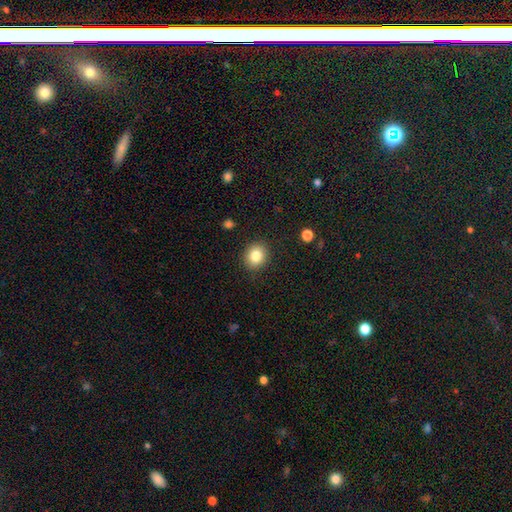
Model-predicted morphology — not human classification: smooth 83%, star or artifact 10%, featured or disk 7%. Down the decision tree: how rounded — round (70%); merging — none (89%).